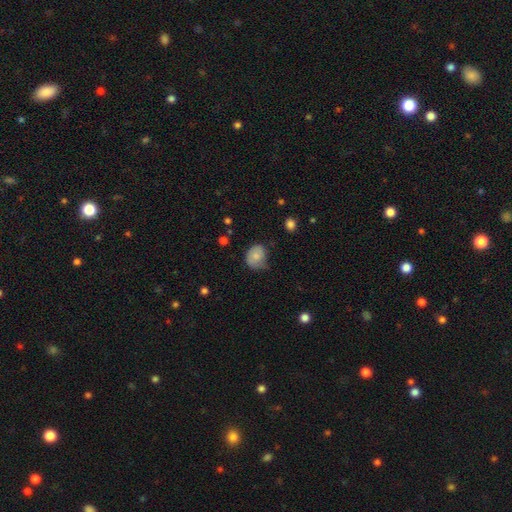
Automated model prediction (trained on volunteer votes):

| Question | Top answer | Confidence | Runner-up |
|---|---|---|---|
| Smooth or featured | smooth | 74% | featured or disk (18%) |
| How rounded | round | 59% | in between (40%) |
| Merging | none | 46% | minor disturbance (39%) |